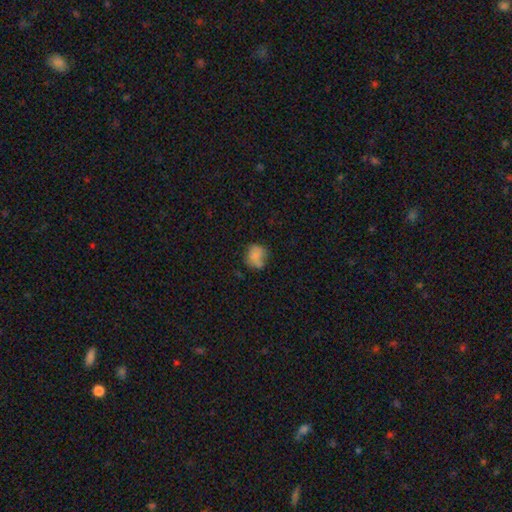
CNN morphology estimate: Overall: smooth (73%). How rounded: round (68%; in between 31%). Merging: none (56%; minor disturbance 27%).